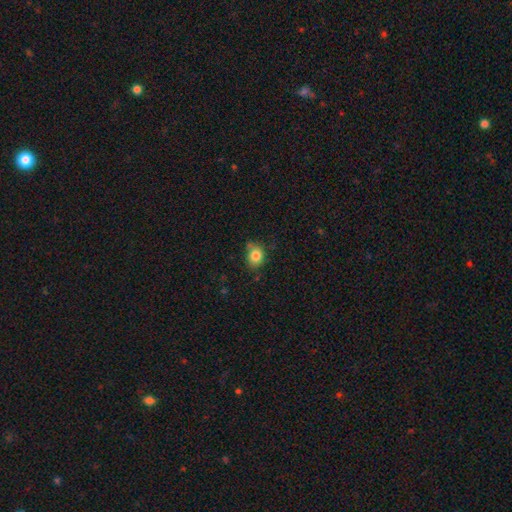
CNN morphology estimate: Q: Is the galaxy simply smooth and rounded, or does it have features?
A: smooth — 82%.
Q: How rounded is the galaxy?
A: round — 57%.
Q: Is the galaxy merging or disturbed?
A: none — 64%.